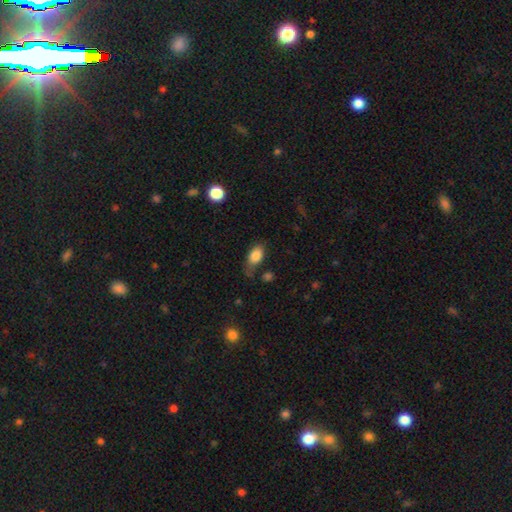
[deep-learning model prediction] smooth-or-featured: smooth: 85% | star or artifact: 8% | featured or disk: 8%
  how-rounded: in between: 89% | round: 8% | cigar-shaped: 3%
  merging: none: 53% | minor disturbance: 30% | major disturbance: 13% | merger: 4%